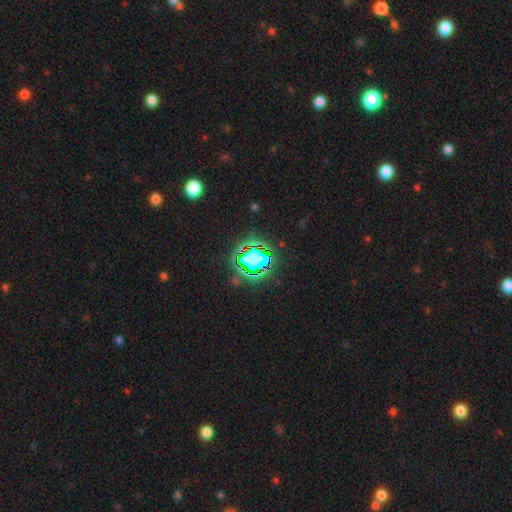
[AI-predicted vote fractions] Smooth or featured?
  - star or artifact: 61% *
  - smooth: 26%
  - featured or disk: 13%